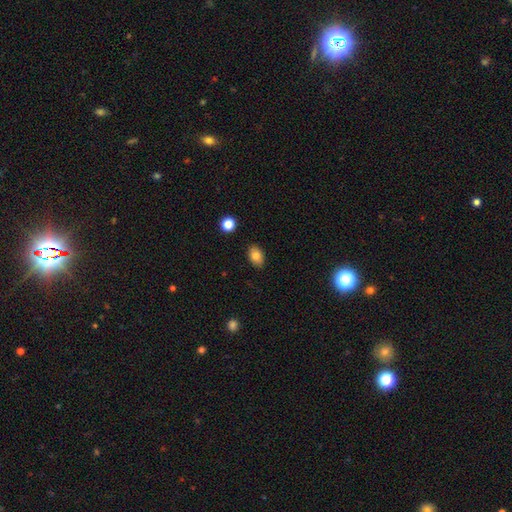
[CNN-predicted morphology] smooth_or_featured: smooth (p=0.83) [alt: star or artifact p=0.09]
how_rounded: in between (p=0.83) [alt: round p=0.16]
merging: none (p=0.87) [alt: minor disturbance p=0.09]